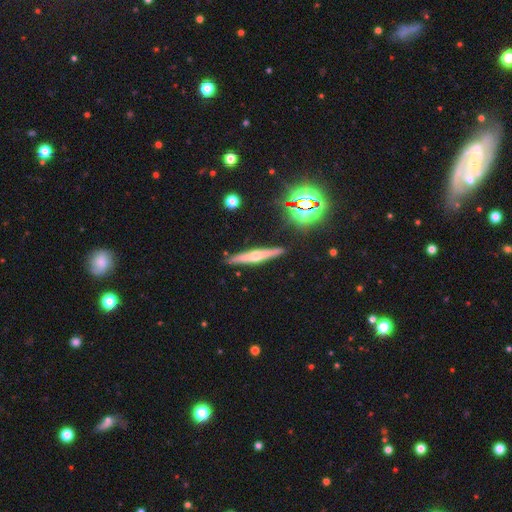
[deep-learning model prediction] Overall: featured or disk (64%; smooth 24%). Edge-on disk: yes (96%). Edge-on bulge: rounded (86%). Merging: none (89%).